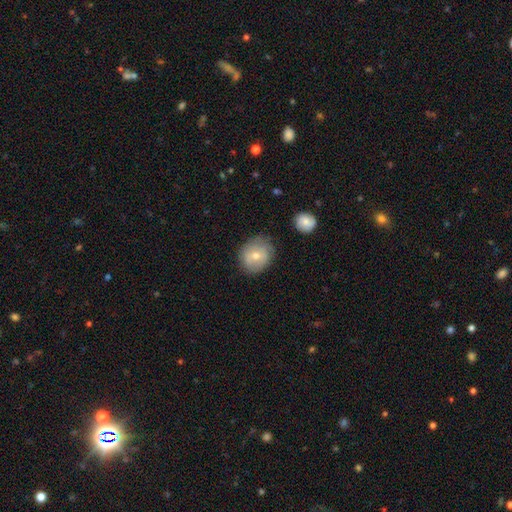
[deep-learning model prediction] A smooth galaxy with no disk features (65%) that is round (74%). Merging: none (75%).